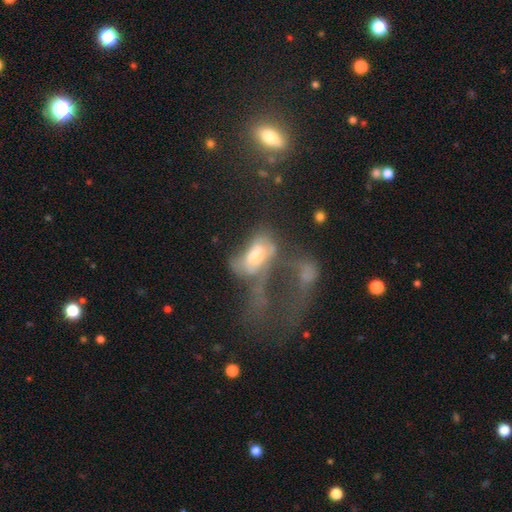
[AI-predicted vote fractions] A featured or disk galaxy (50%). Merging: major disturbance (47%).